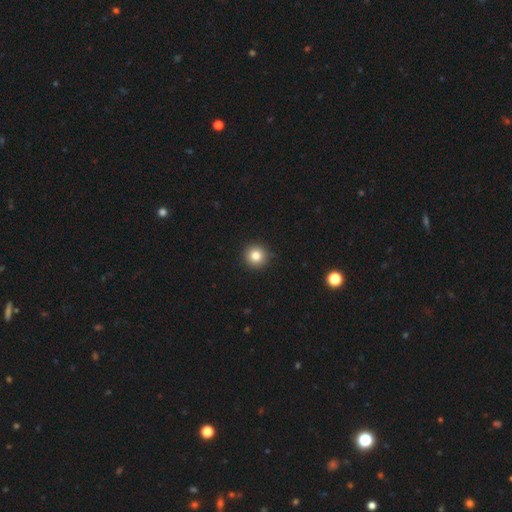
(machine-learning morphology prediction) Smooth or featured: smooth — 83% (star or artifact — 11%)
How rounded: round — 94% (in between — 5%)
Merging: none — 92% (minor disturbance — 5%)